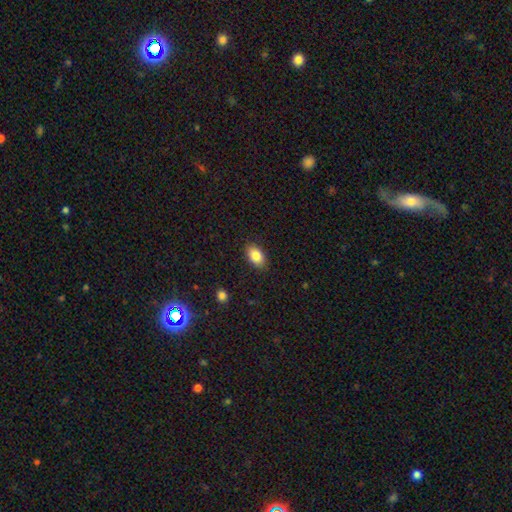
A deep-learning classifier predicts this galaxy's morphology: Smooth or featured? Predicted: smooth (p=0.85). How rounded? Predicted: in between (p=0.89). Merging? Predicted: none (p=0.87).